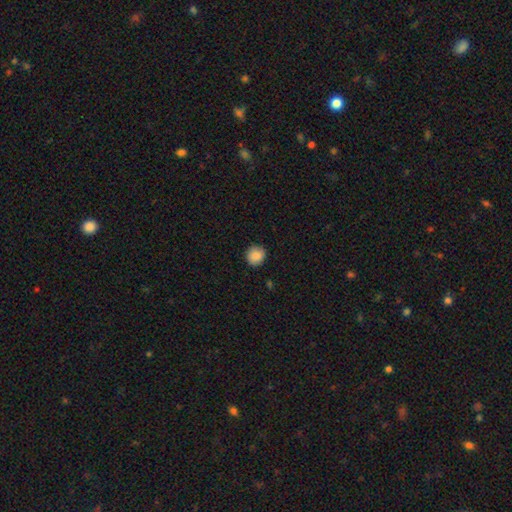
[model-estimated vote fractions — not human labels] smooth 88%, star or artifact 9%, featured or disk 3%. Down the decision tree: how rounded — round (90%); merging — none (89%).